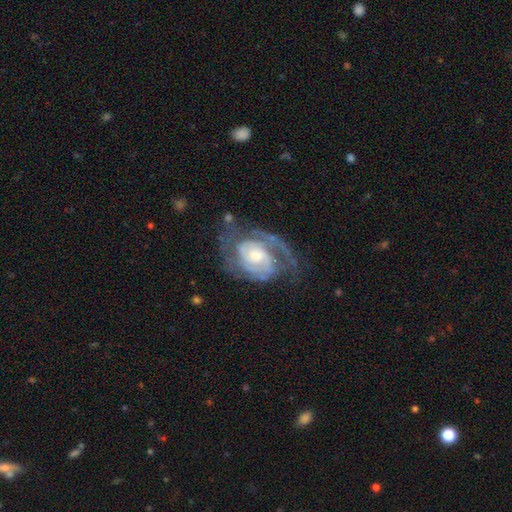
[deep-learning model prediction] This appears to be a featured or disk galaxy (86%) with no bar (64%), 2 (54%) tight (55%) spiral arms (94%) and a moderate central bulge (46%). Merging: none (56%).